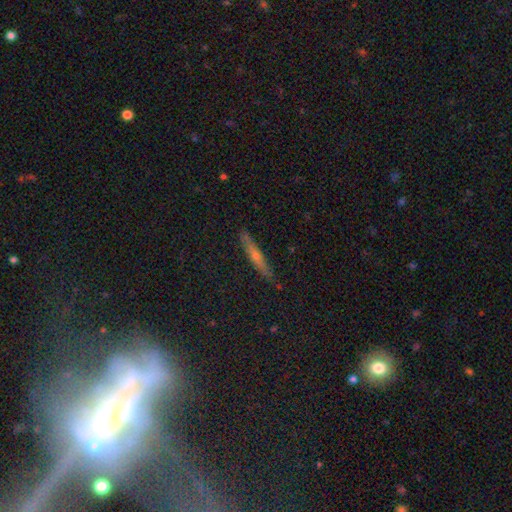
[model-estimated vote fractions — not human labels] featured or disk 53%, smooth 37%, star or artifact 10%. Down the decision tree: edge-on disk — yes (92%); merging — none (86%).